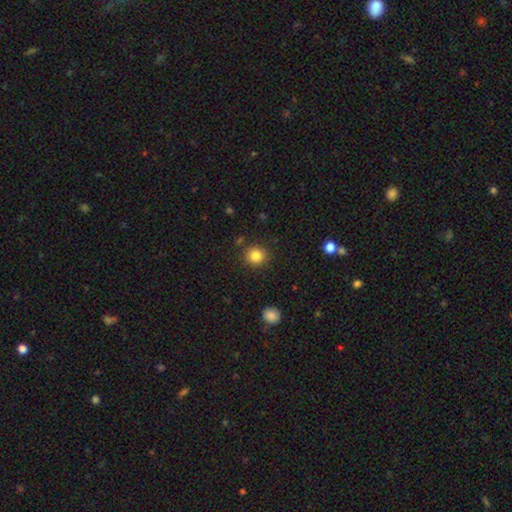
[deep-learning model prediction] Smooth or featured? Predicted: smooth (p=0.84). How rounded? Predicted: round (p=0.89). Merging? Predicted: none (p=0.88).